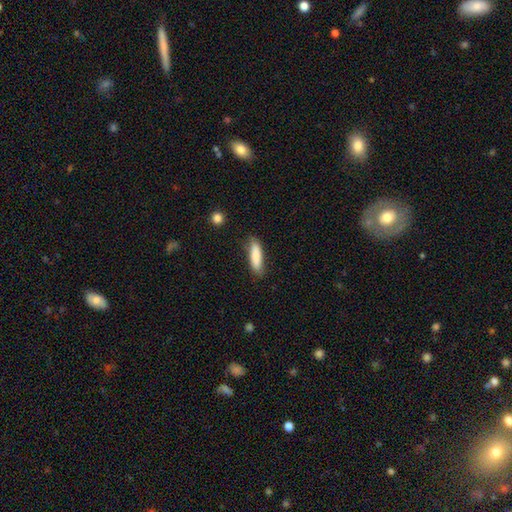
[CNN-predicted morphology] Smooth or featured?
  - smooth: 86% *
  - featured or disk: 8%
  - star or artifact: 6%
How rounded?
  - cigar-shaped: 63% *
  - in between: 36%
  - round: 2%
Merging?
  - none: 79% *
  - minor disturbance: 16%
  - major disturbance: 3%
  - merger: 2%